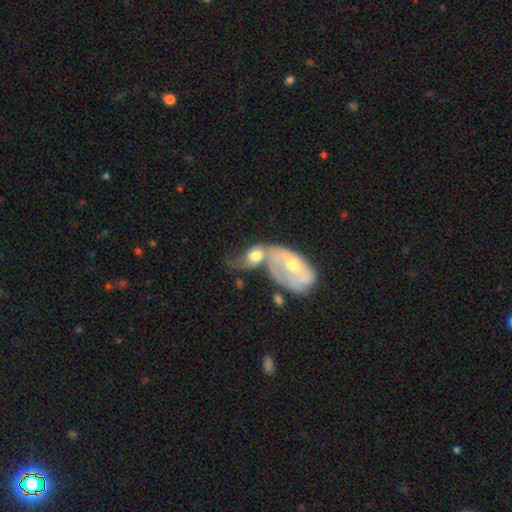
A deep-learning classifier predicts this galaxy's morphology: Smooth or featured? Predicted: featured or disk (p=0.49). Merging? Predicted: merger (p=0.66).